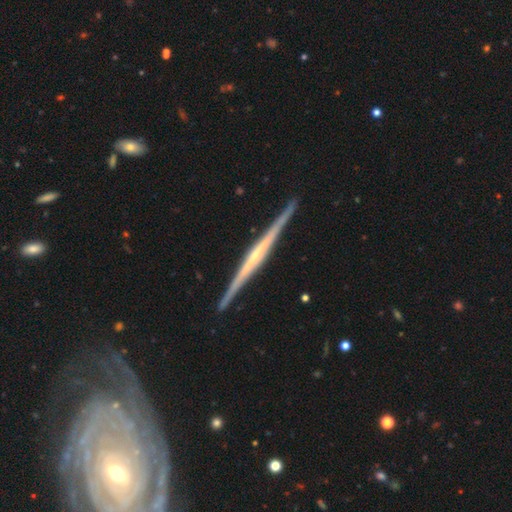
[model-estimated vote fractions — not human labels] Smooth or featured: featured or disk — 83% (smooth — 12%)
Edge-on disk: yes — 98% (no — 2%)
Edge-on bulge: rounded — 46% (none — 41%)
Merging: none — 91% (minor disturbance — 6%)